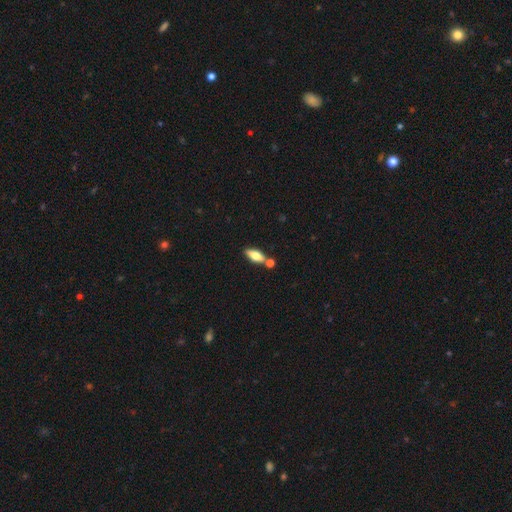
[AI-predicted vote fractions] A smooth galaxy with no disk features (70%) that is in between round and cigar-shaped (76%).

Vote fractions:
- Smooth or featured? smooth: 70% / featured or disk: 23% / star or artifact: 7%
- How rounded? in between: 76% / cigar-shaped: 21% / round: 3%
- Merging? none: 64% / merger: 21% / minor disturbance: 12% / major disturbance: 3%